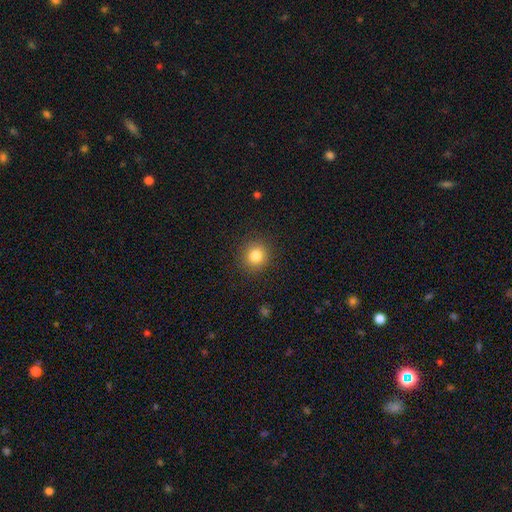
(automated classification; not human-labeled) Q: Smooth or featured?
A: smooth (81%); runner-up: star or artifact (12%)
Q: How rounded?
A: round (91%); runner-up: in between (8%)
Q: Merging?
A: none (90%); runner-up: minor disturbance (6%)